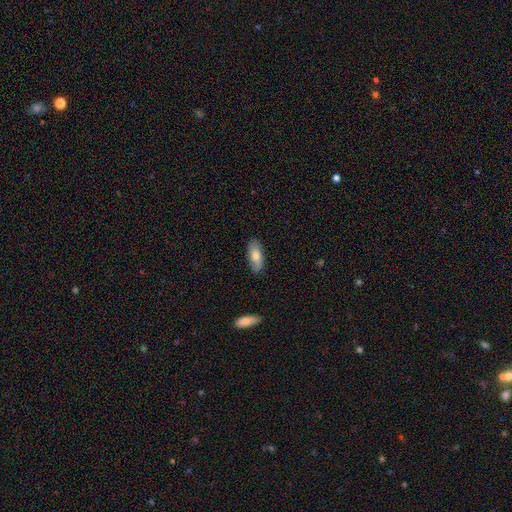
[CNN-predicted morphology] Smooth or featured? Predicted: smooth (p=0.75). How rounded? Predicted: in between (p=0.80). Merging? Predicted: none (p=0.86).